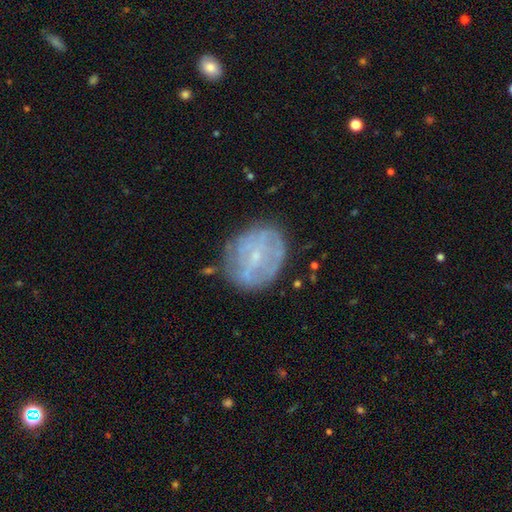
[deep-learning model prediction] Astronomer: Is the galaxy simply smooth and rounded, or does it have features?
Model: featured or disk — 60%.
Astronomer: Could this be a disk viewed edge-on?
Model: no — 96%.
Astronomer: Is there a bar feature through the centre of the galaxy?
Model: no — 54% (runner-up: weak, 36%).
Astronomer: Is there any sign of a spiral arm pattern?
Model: yes — 52% (runner-up: no, 48%).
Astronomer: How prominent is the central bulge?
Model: small — 78%.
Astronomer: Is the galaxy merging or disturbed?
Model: none — 71%.